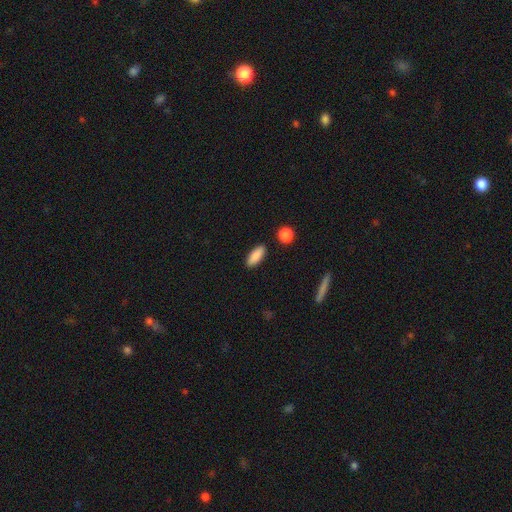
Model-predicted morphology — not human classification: Smooth or featured: smooth — 88% (star or artifact — 7%)
How rounded: in between — 76% (cigar-shaped — 21%)
Merging: none — 88% (minor disturbance — 8%)